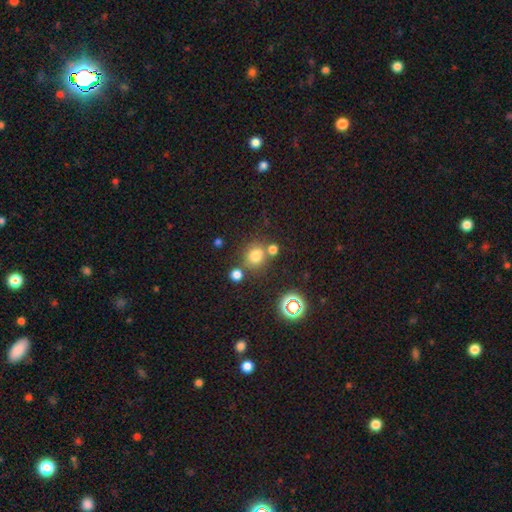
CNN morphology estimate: Smooth or featured: smooth — 73% (star or artifact — 19%)
How rounded: round — 77% (in between — 22%)
Merging: none — 67% (merger — 18%)